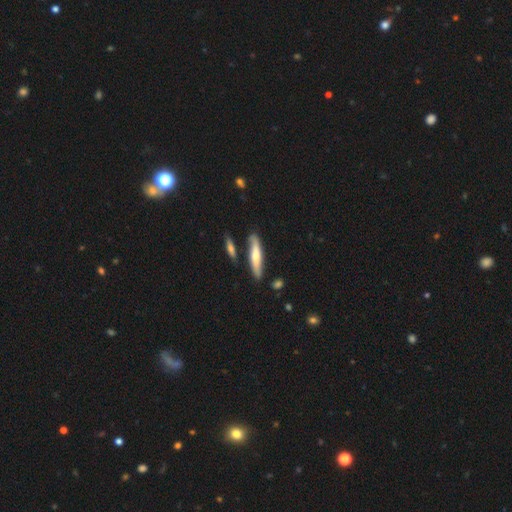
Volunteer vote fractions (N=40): Volunteers were most divided on "smooth or featured": smooth: 68%, featured or disk: 32%, star or artifact: 0%. More confident: how rounded — cigar-shaped (74%); merging — none (65%).